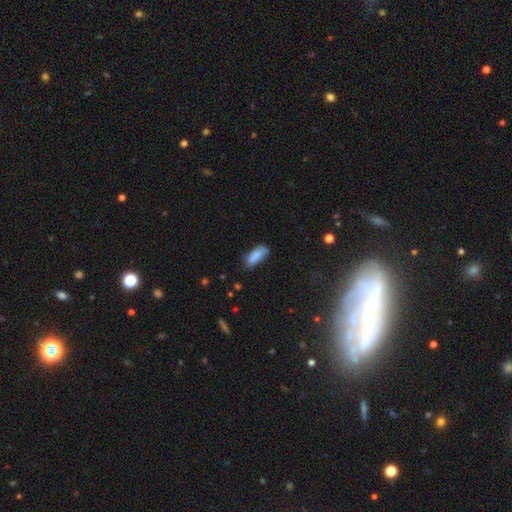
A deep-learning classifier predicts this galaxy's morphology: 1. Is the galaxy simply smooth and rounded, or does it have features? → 85% smooth, 8% featured or disk, 7% star or artifact.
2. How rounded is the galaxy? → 70% in between, 28% cigar-shaped, 2% round.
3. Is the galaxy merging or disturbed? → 61% none, 29% minor disturbance, 7% major disturbance, 3% merger.